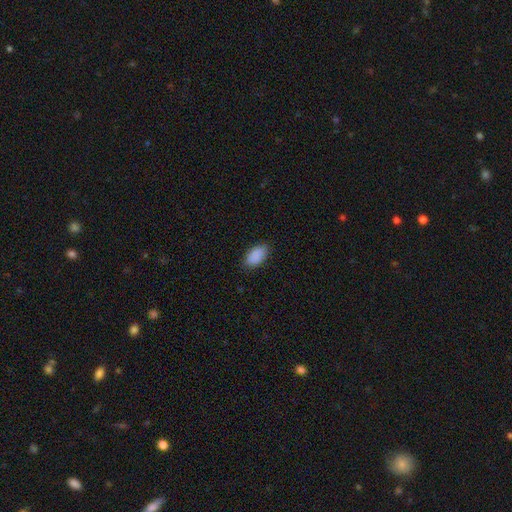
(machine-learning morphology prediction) Smooth or featured?
  - smooth: 90% *
  - star or artifact: 7%
  - featured or disk: 3%
How rounded?
  - in between: 94% *
  - round: 4%
  - cigar-shaped: 2%
Merging?
  - none: 84% *
  - minor disturbance: 12%
  - major disturbance: 3%
  - merger: 1%